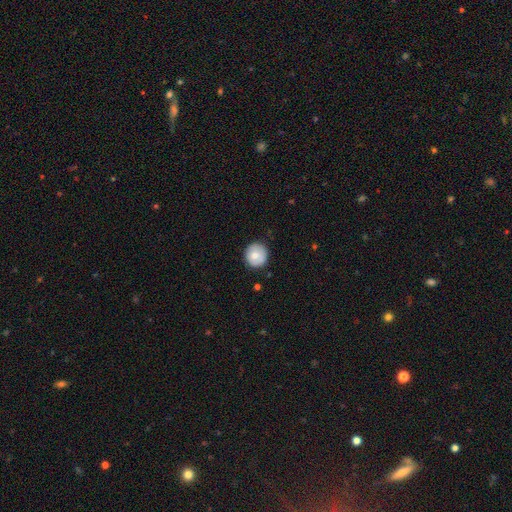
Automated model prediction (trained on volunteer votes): smooth_or_featured: smooth (p=0.75) [alt: featured or disk p=0.18]
how_rounded: round (p=0.92) [alt: in between p=0.07]
merging: none (p=0.86) [alt: minor disturbance p=0.11]